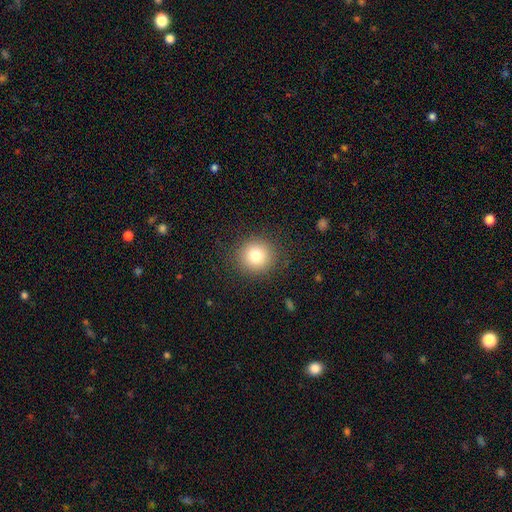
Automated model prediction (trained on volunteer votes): Morphology: type=smooth (80%); roundness=round (90%); merging=none (88%).